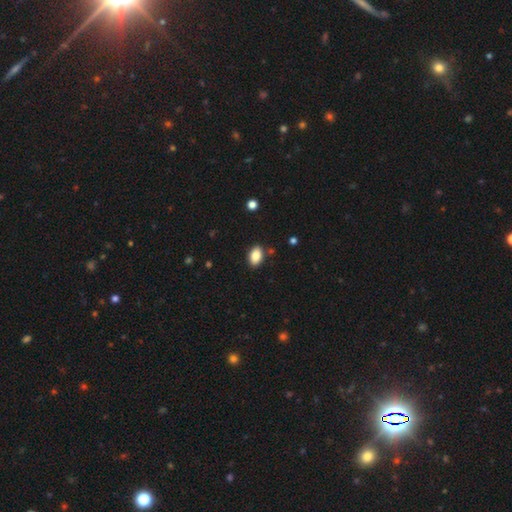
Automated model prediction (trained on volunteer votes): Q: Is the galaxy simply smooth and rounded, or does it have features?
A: smooth — 86%.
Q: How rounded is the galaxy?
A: in between — 89%.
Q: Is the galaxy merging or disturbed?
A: none — 87%.